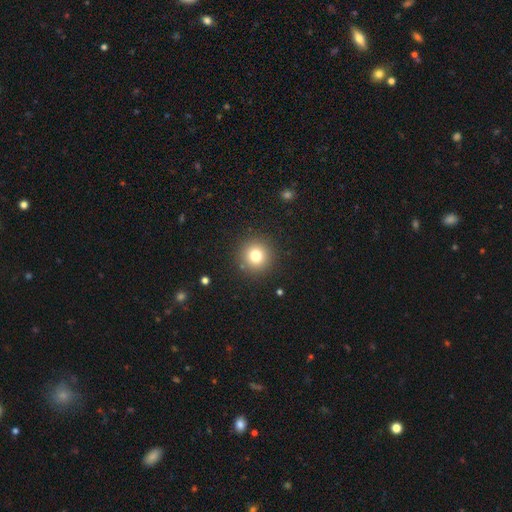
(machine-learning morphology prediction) smooth_or_featured: smooth (p=0.79) [alt: star or artifact p=0.13]
how_rounded: round (p=0.94) [alt: in between p=0.05]
merging: none (p=0.90) [alt: minor disturbance p=0.06]